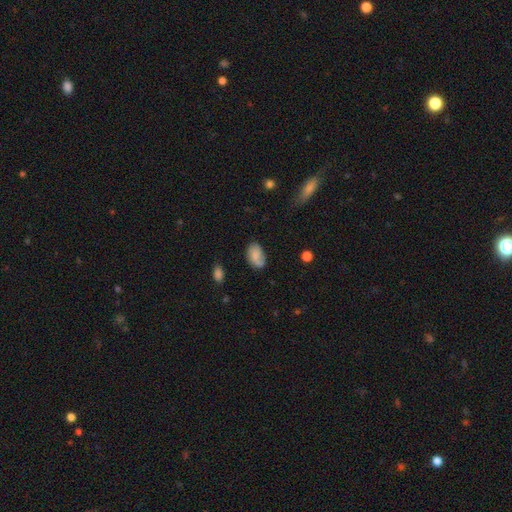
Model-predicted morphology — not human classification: The model was most divided on "merging": none: 64%, minor disturbance: 25%, major disturbance: 7%, merger: 3%. More confident: how rounded — in between (90%); smooth or featured — smooth (69%).